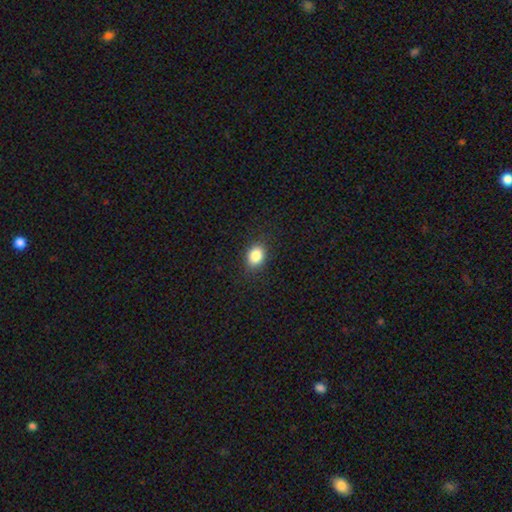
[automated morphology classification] Q: Smooth or featured?
A: smooth (86%); runner-up: star or artifact (9%)
Q: How rounded?
A: in between (66%); runner-up: round (33%)
Q: Merging?
A: none (87%); runner-up: minor disturbance (10%)